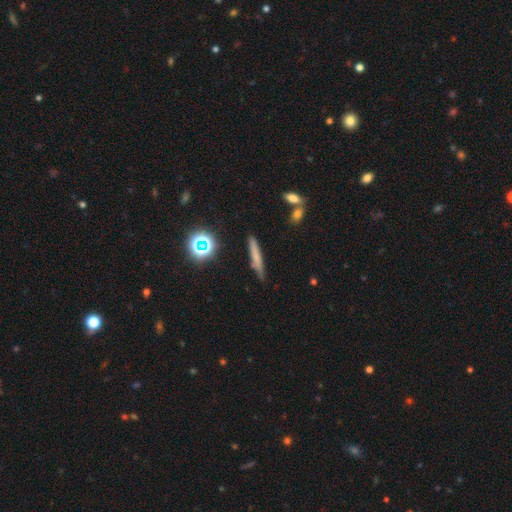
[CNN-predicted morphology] This is likely a smooth galaxy (61%). How rounded: clearly cigar-shaped (88%). Merging: likely none (75%).